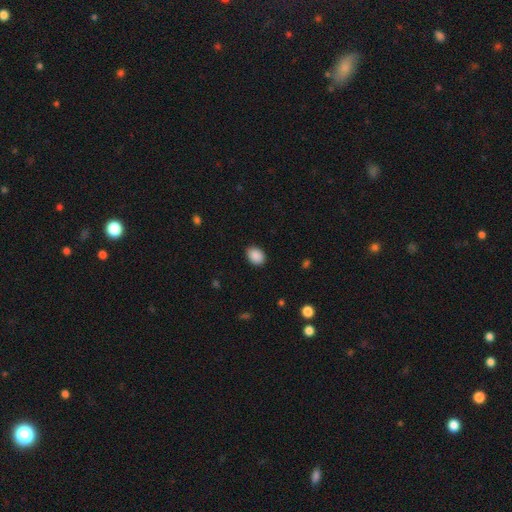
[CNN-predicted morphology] A smooth galaxy with no disk features (90%) that is in between round and cigar-shaped (70%). Merging: none (88%).